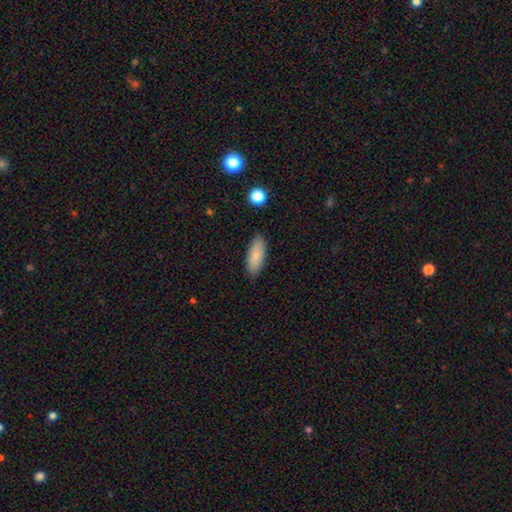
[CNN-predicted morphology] Smooth or featured? Predicted: smooth (p=0.84). How rounded? Predicted: in between (p=0.77). Merging? Predicted: none (p=0.87).